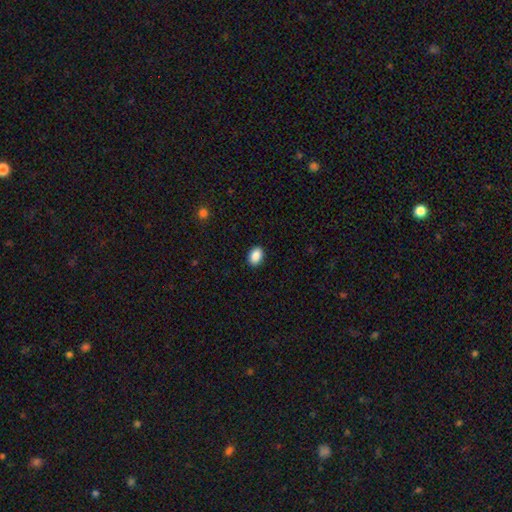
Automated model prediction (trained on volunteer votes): Morphology: type=smooth (90%); roundness=in between (81%); merging=none (90%).